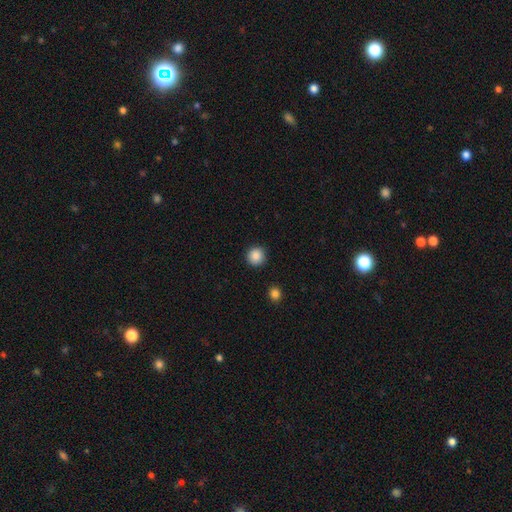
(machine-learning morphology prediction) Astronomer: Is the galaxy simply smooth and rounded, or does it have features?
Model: smooth — 88%.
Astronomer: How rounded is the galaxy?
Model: round — 94%.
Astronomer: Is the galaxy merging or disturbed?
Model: none — 92%.